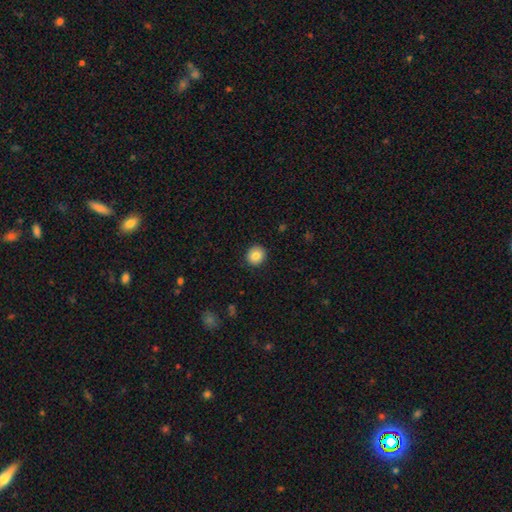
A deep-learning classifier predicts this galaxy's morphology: Smooth or featured? smooth (84%)
How rounded? round (88%)
Merging? none (91%)